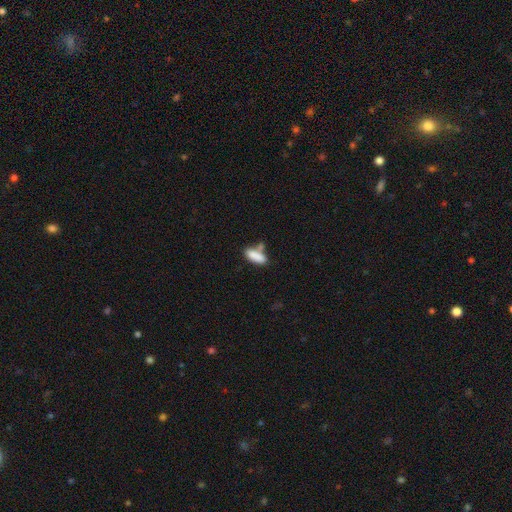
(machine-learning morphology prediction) Smooth or featured? Predicted: smooth (p=0.85). How rounded? Predicted: in between (p=0.79). Merging? Predicted: none (p=0.48).